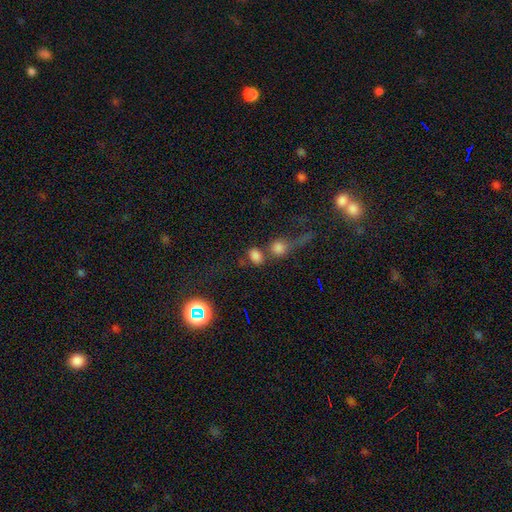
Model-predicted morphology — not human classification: type=smooth (77%); roundness=in between (65%); merging=none (46%).